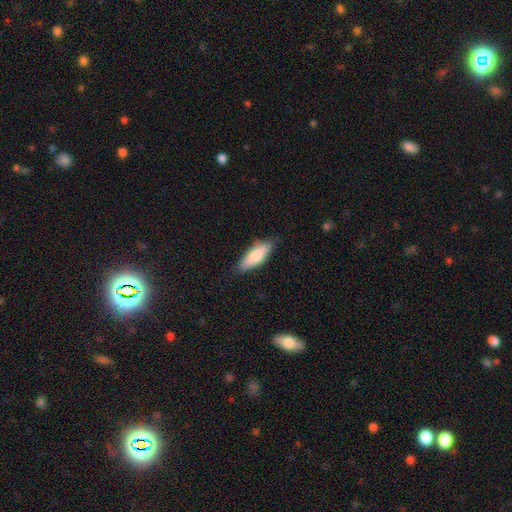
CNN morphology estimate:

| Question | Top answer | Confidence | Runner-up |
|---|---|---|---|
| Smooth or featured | smooth | 76% | featured or disk (18%) |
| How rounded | in between | 56% | cigar-shaped (42%) |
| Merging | none | 80% | minor disturbance (16%) |